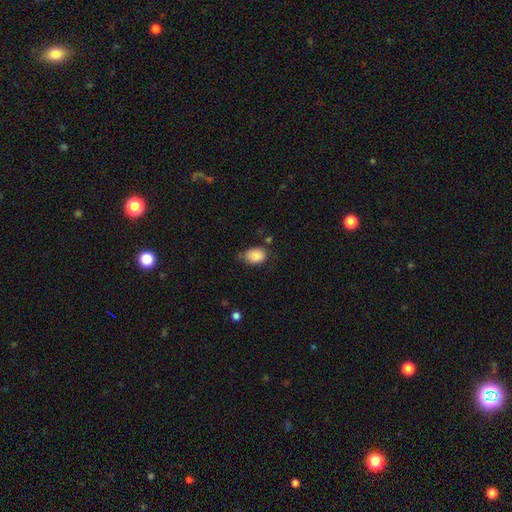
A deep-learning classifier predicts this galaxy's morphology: smooth_or_featured: smooth (p=0.85) [alt: star or artifact p=0.08]
how_rounded: in between (p=0.76) [alt: round p=0.23]
merging: none (p=0.63) [alt: minor disturbance p=0.27]